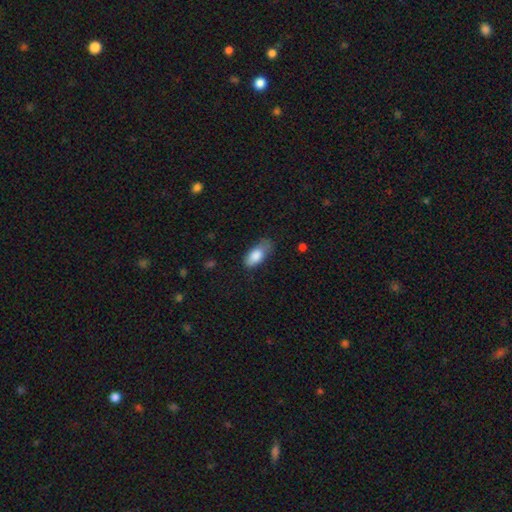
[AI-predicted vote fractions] smooth 84%, featured or disk 9%, star or artifact 7%. Down the decision tree: how rounded — in between (90%); merging — none (44%).